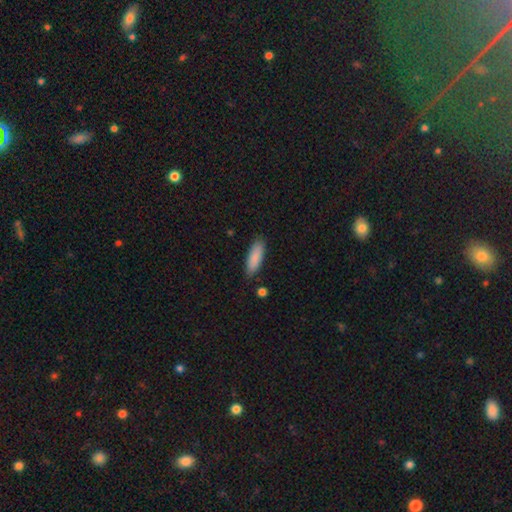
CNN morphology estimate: Smooth or featured? Predicted: smooth (p=0.87). How rounded? Predicted: in between (p=0.56). Merging? Predicted: none (p=0.84).